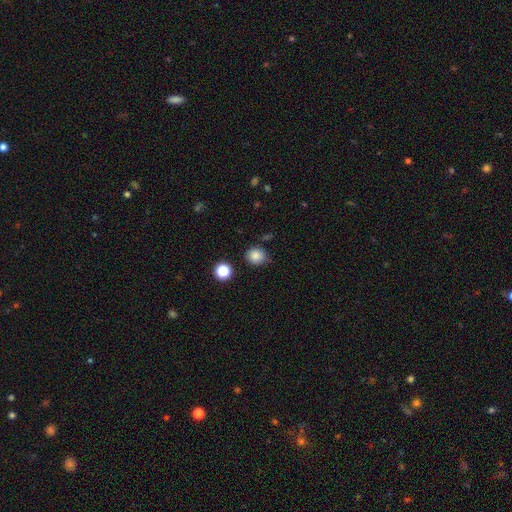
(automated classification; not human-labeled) Smooth or featured? smooth (84%)
How rounded? round (81%)
Merging? none (78%)